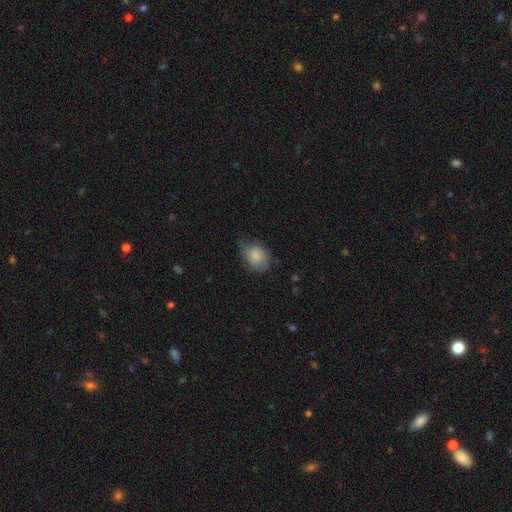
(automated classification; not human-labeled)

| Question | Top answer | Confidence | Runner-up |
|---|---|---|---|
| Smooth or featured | smooth | 83% | featured or disk (10%) |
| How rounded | in between | 61% | round (38%) |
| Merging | none | 54% | minor disturbance (35%) |